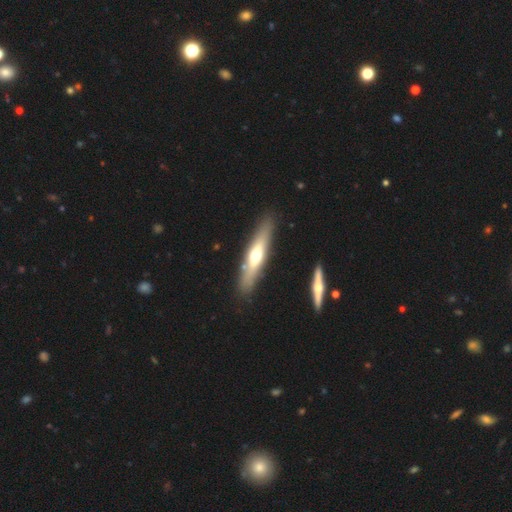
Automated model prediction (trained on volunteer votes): Smooth or featured? featured or disk (51%)
Edge-on disk? yes (82%)
Merging? none (85%)